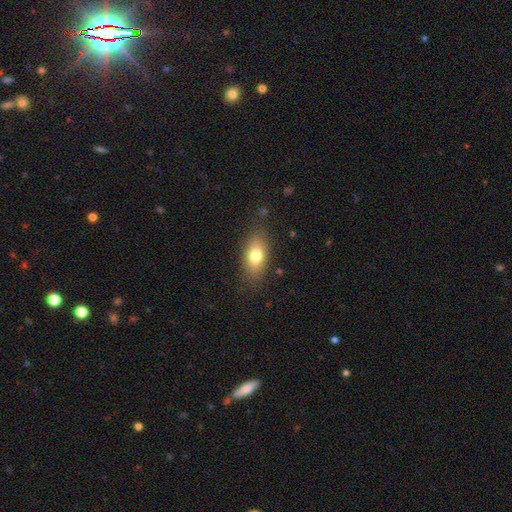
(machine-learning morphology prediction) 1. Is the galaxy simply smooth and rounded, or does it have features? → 76% smooth, 15% featured or disk, 8% star or artifact.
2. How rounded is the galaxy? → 84% in between, 9% round, 7% cigar-shaped.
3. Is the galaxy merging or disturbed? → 82% none, 12% minor disturbance, 4% major disturbance, 1% merger.